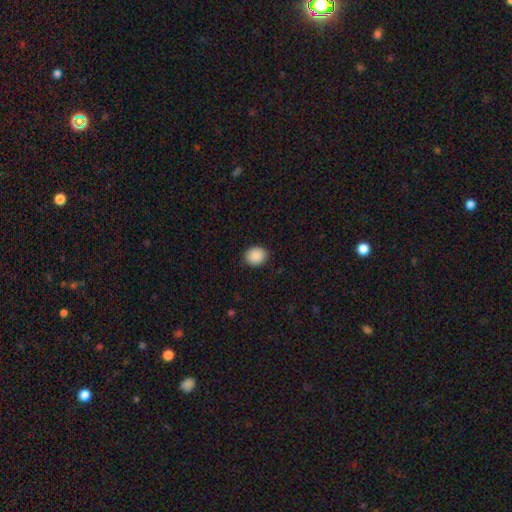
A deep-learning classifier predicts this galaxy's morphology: smooth_or_featured: smooth (p=0.90) [alt: star or artifact p=0.08]
how_rounded: round (p=0.59) [alt: in between p=0.40]
merging: none (p=0.89) [alt: minor disturbance p=0.08]